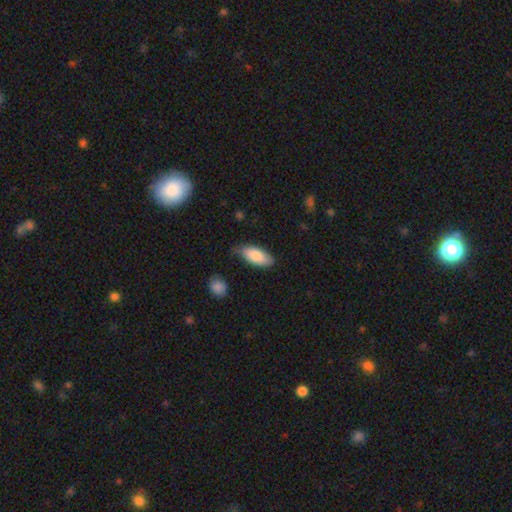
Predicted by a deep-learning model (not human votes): Smooth or featured? Predicted: smooth (p=0.87). How rounded? Predicted: in between (p=0.88). Merging? Predicted: none (p=0.71).